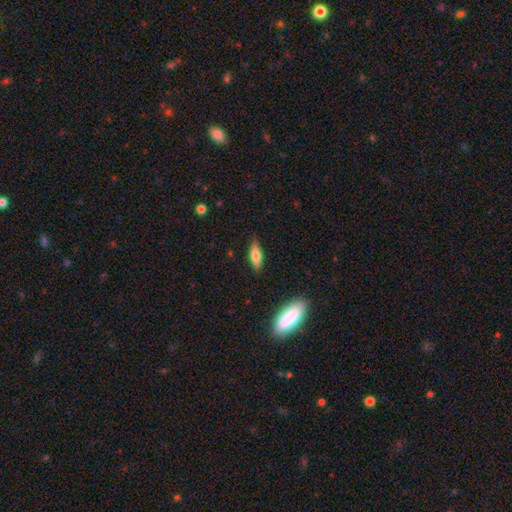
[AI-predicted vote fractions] Q: Smooth or featured?
A: smooth (69%); runner-up: featured or disk (24%)
Q: How rounded?
A: in between (56%); runner-up: cigar-shaped (42%)
Q: Merging?
A: none (85%); runner-up: minor disturbance (11%)